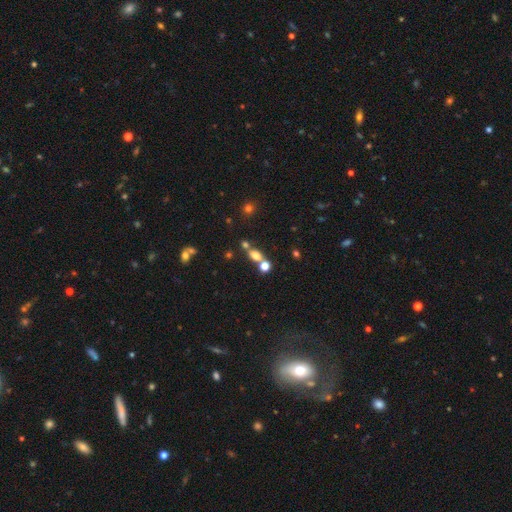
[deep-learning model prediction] A smooth galaxy with no disk features (65%) that is in between round and cigar-shaped (60%).

Vote fractions:
- Smooth or featured? smooth: 65% / featured or disk: 18% / star or artifact: 17%
- How rounded? in between: 60% / round: 30% / cigar-shaped: 10%
- Merging? none: 48% / merger: 37% / minor disturbance: 10% / major disturbance: 5%